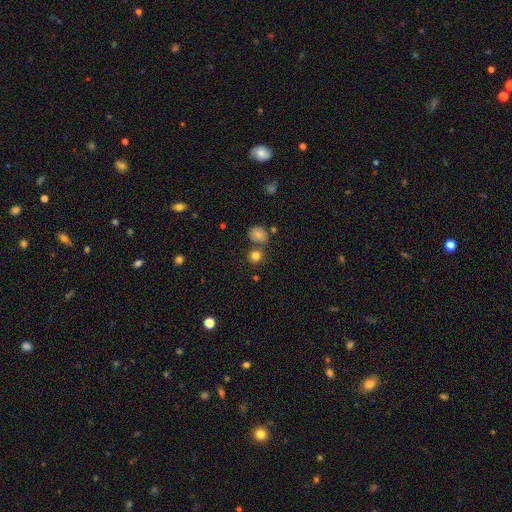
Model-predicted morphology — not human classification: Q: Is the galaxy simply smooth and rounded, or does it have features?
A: smooth — 81%.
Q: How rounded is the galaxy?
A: round — 83%.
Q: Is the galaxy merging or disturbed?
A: none — 69%.